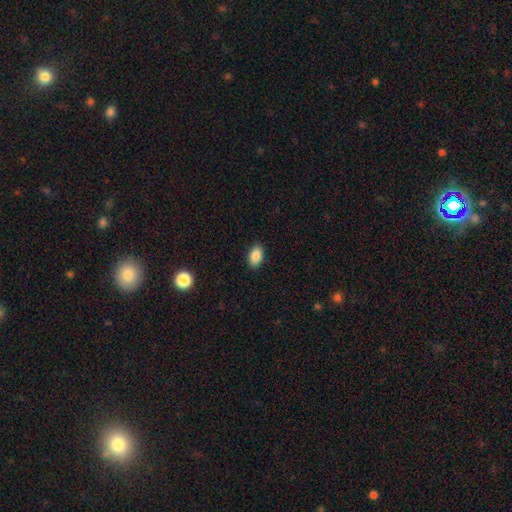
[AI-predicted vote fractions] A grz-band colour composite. It shows a smooth galaxy with no disk features (88%) that is in between round and cigar-shaped (92%). Merging: none (88%).